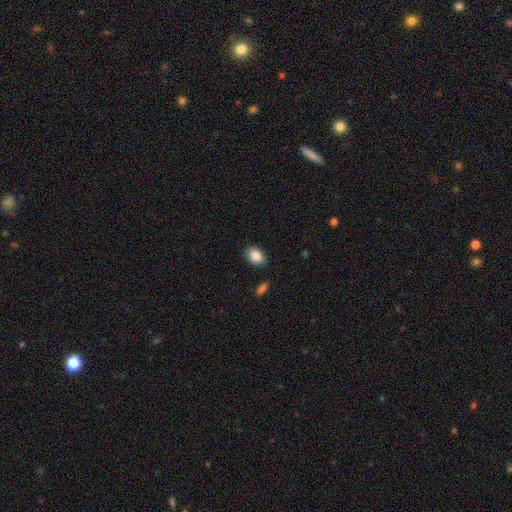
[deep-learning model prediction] Smooth or featured? smooth (87%)
How rounded? in between (82%)
Merging? none (85%)